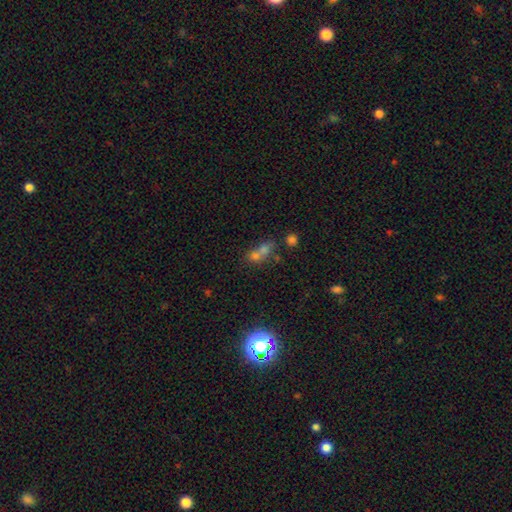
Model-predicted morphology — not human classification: Smooth or featured? smooth (62%)
How rounded? round (53%)
Merging? merger (63%)